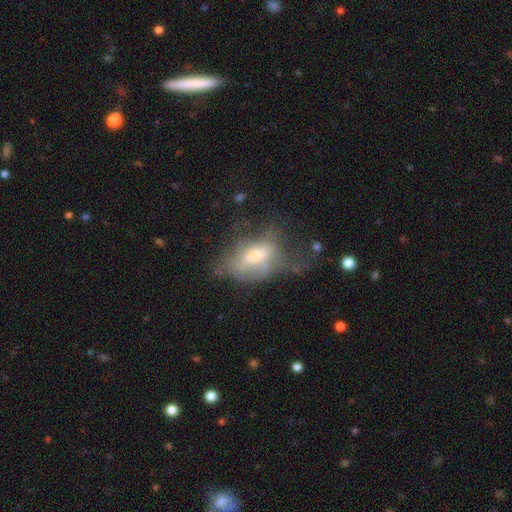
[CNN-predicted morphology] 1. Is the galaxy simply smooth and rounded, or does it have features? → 47% featured or disk, 42% smooth, 11% star or artifact.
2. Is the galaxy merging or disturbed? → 45% major disturbance, 26% none, 25% minor disturbance, 4% merger.